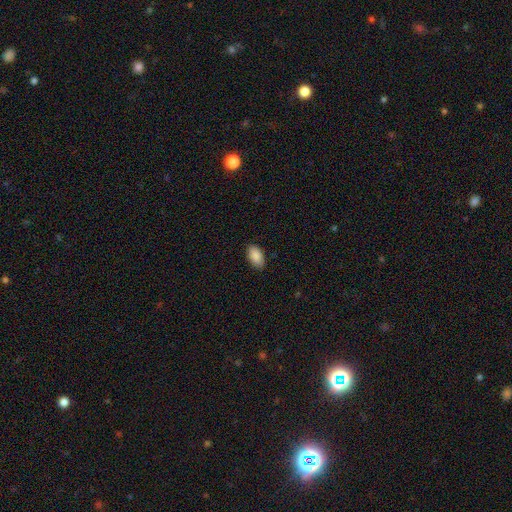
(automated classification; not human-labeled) This appears to be a smooth galaxy with no disk features (89%) that is in between round and cigar-shaped (95%). Merging: none (86%).